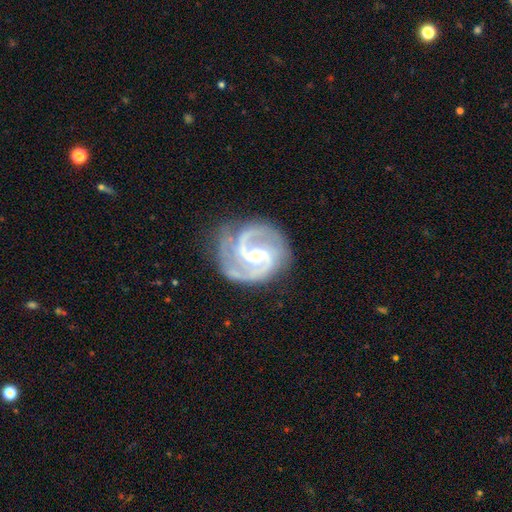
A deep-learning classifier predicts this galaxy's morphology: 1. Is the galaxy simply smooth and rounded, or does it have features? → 93% featured or disk, 4% star or artifact, 3% smooth.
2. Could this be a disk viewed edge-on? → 98% no, 2% yes.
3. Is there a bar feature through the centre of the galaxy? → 46% weak, 34% no, 21% strong.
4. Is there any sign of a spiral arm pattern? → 99% yes, 1% no.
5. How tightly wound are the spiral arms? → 62% medium, 27% tight, 11% loose.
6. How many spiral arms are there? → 76% 2, 13% 3, 3% can't tell, 2% 1, 2% 4, 2% more than 4.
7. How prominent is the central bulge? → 65% small, 32% moderate, 1% none, 1% large, 1% dominant.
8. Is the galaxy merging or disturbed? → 73% none, 18% minor disturbance, 7% major disturbance, 2% merger.